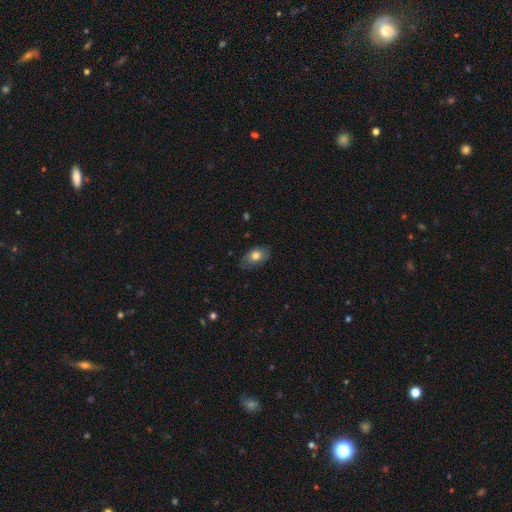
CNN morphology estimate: type=smooth (75%); roundness=in between (87%); merging=none (76%).